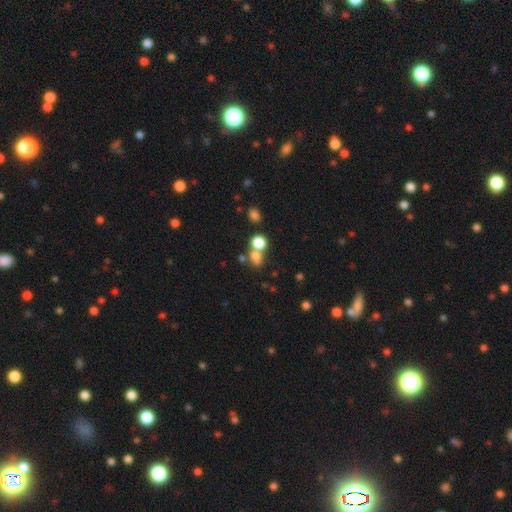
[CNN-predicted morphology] smooth-or-featured: smooth: 73% | star or artifact: 17% | featured or disk: 10%
  how-rounded: round: 65% | in between: 34% | cigar-shaped: 2%
  merging: merger: 45% | none: 41% | minor disturbance: 9% | major disturbance: 6%